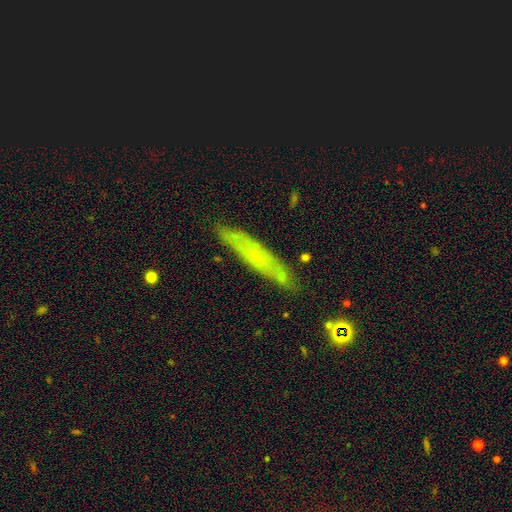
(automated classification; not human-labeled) A smooth galaxy with no disk features (50%) that is cigar-shaped (88%). Merging: none (75%).